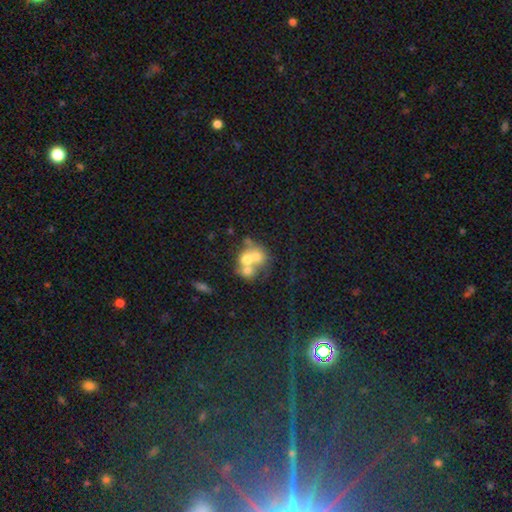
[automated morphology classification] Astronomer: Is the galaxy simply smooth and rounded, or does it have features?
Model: smooth — 41% (runner-up: featured or disk, 40%).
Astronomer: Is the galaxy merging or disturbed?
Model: merger — 62%.